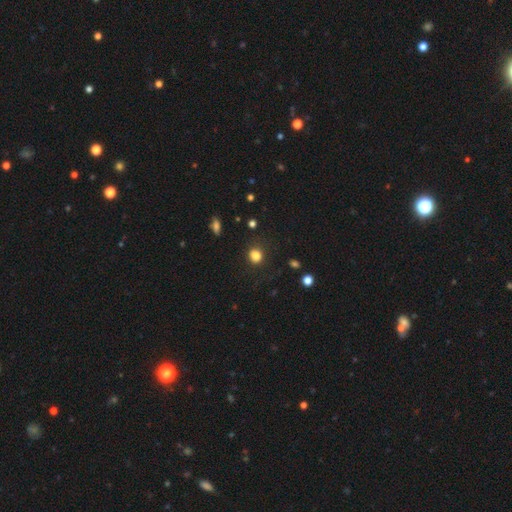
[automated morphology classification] Smooth or featured? Predicted: smooth (p=0.83). How rounded? Predicted: round (p=0.74). Merging? Predicted: none (p=0.80).